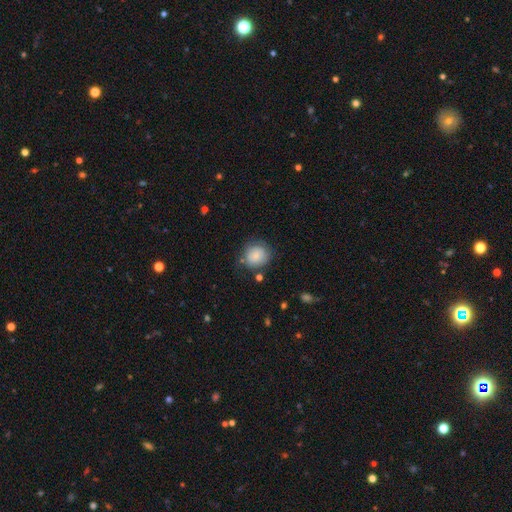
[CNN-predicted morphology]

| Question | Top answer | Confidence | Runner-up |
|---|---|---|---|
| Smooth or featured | smooth | 79% | featured or disk (12%) |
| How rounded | round | 81% | in between (18%) |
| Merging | none | 72% | minor disturbance (18%) |